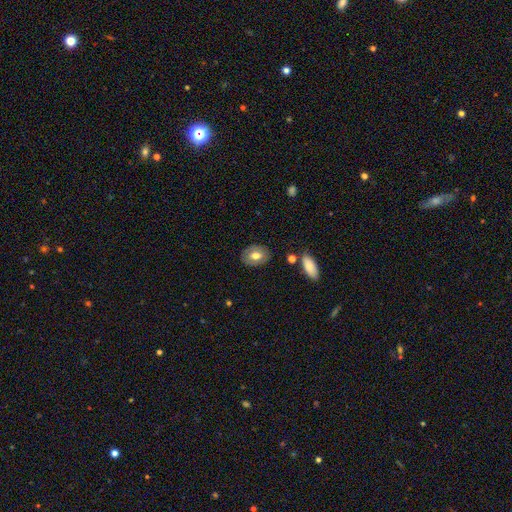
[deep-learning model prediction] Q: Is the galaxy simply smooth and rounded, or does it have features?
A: smooth — 62%.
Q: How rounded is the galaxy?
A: in between — 74%.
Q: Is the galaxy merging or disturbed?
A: none — 82%.